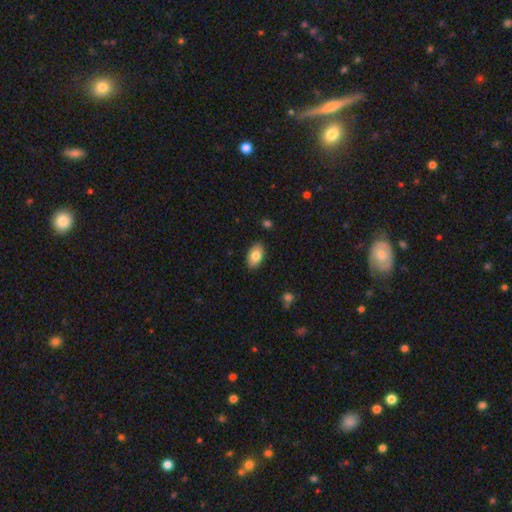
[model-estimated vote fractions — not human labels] The model was most divided on "smooth or featured": smooth: 82%, featured or disk: 11%, star or artifact: 7%. More confident: how rounded — in between (93%); merging — none (88%).